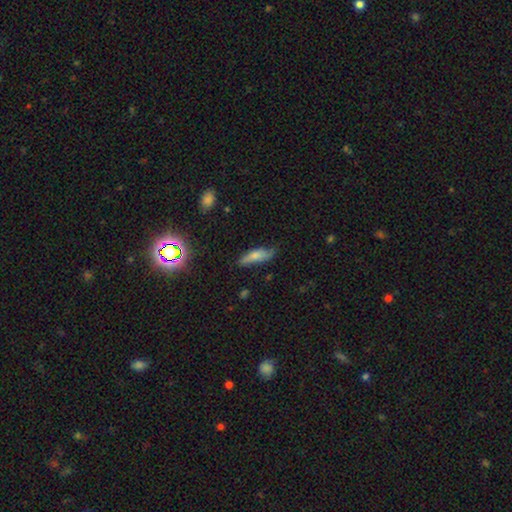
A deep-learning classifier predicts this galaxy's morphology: Smooth or featured? Predicted: smooth (p=0.68). How rounded? Predicted: cigar-shaped (p=0.50). Merging? Predicted: none (p=0.57).